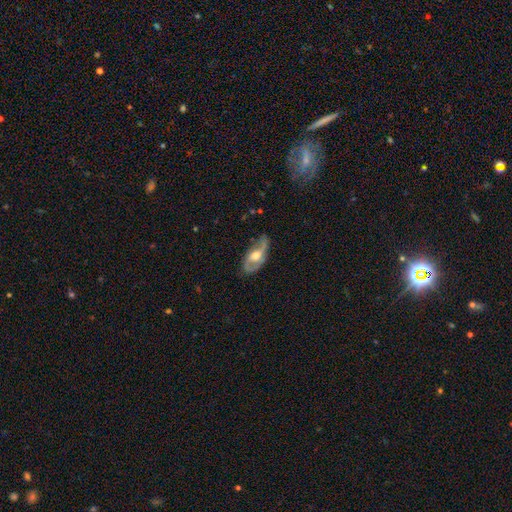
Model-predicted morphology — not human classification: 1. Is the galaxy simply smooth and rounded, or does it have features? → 78% featured or disk, 17% smooth, 5% star or artifact.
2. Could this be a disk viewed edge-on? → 90% no, 10% yes.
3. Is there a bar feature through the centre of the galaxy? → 47% no, 39% weak, 14% strong.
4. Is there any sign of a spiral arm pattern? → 87% yes, 13% no.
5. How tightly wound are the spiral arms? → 45% medium, 38% loose, 17% tight.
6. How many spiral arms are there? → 85% 2, 7% can't tell, 5% 1, 1% 3, 1% 4, 1% more than 4.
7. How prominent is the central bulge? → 67% moderate, 18% large, 11% small, 2% none, 1% dominant.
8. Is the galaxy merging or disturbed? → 68% none, 22% minor disturbance, 9% major disturbance, 2% merger.